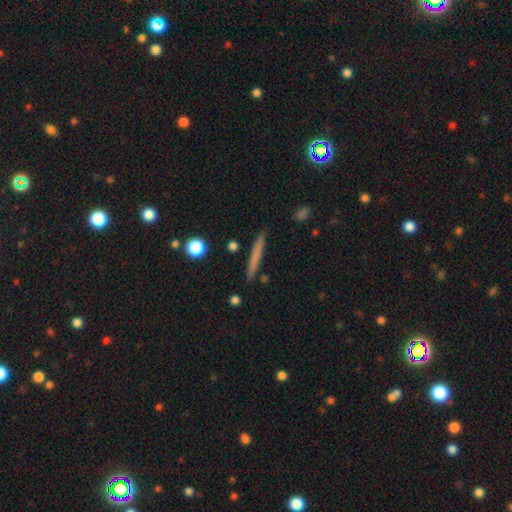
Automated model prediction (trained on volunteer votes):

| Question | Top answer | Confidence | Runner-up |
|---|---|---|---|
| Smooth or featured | smooth | 65% | featured or disk (28%) |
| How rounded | cigar-shaped | 96% | in between (3%) |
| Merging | none | 89% | minor disturbance (7%) |